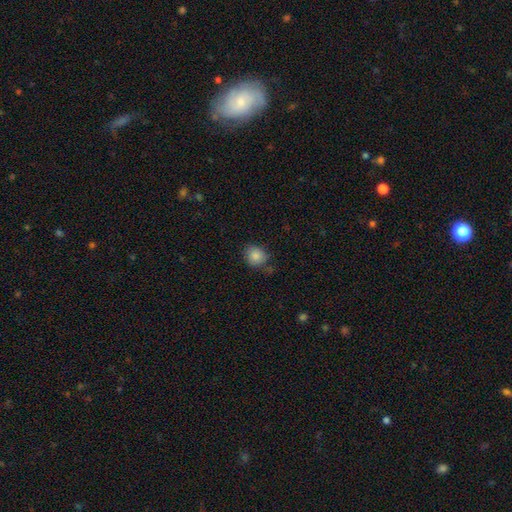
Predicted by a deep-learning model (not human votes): Morphology: type=smooth (86%); roundness=round (76%); merging=none (73%).